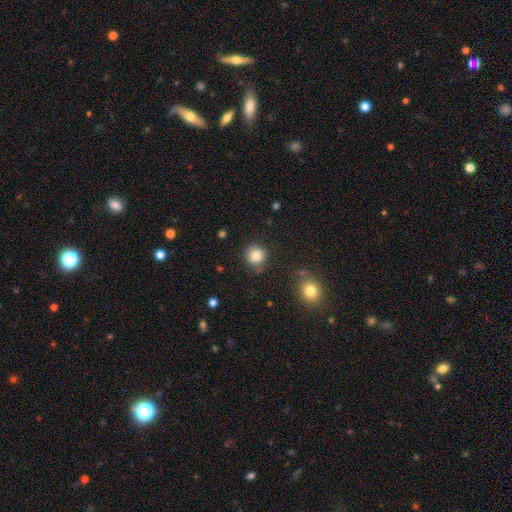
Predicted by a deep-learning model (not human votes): This is clearly a smooth galaxy (85%). How rounded: clearly round (92%). Merging: clearly none (83%).